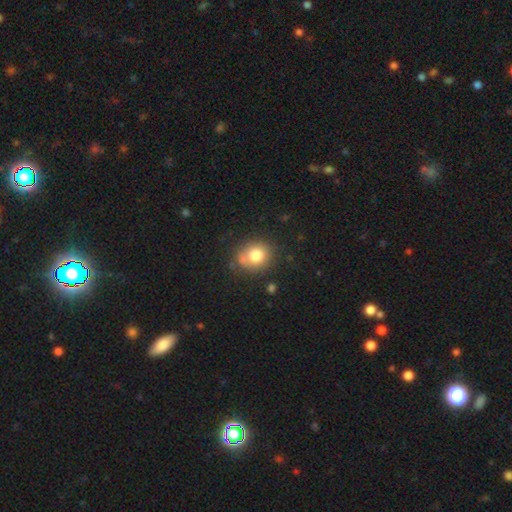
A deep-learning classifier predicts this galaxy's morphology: A smooth galaxy with no disk features (77%) that is round (71%).

Vote fractions:
- Smooth or featured? smooth: 77% / featured or disk: 12% / star or artifact: 10%
- How rounded? round: 71% / in between: 28% / cigar-shaped: 1%
- Merging? none: 68% / minor disturbance: 19% / merger: 8% / major disturbance: 5%